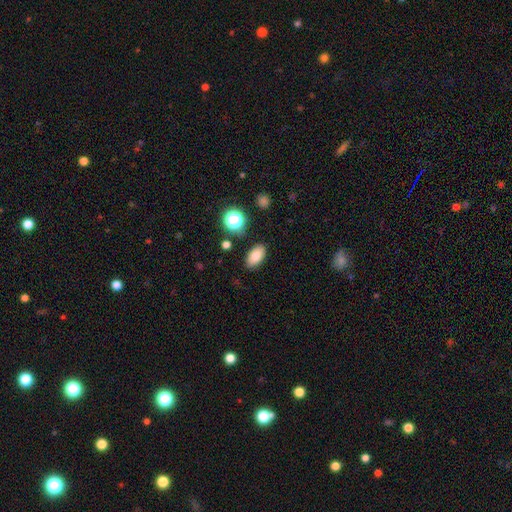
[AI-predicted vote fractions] The model was most divided on "smooth or featured": smooth: 82%, star or artifact: 11%, featured or disk: 8%. More confident: how rounded — in between (91%); merging — none (86%).